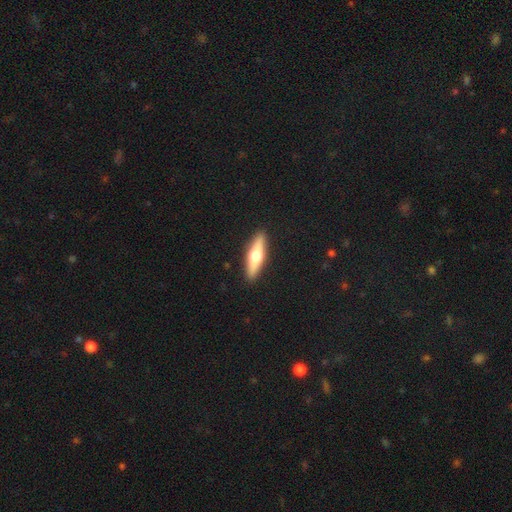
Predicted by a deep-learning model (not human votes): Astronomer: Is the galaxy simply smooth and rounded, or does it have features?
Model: featured or disk — 50% (runner-up: smooth, 45%).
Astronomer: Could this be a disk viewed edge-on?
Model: yes — 92%.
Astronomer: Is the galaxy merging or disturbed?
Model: none — 91%.